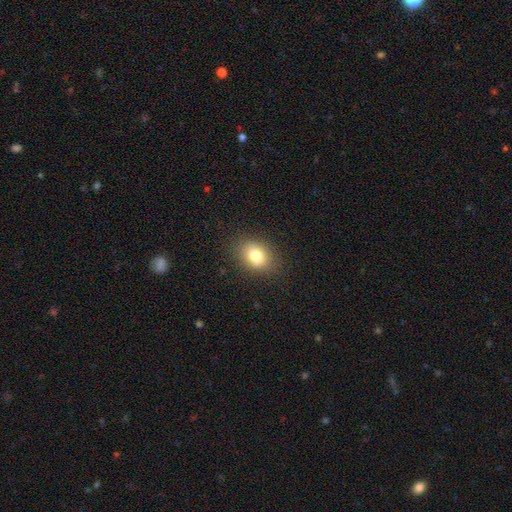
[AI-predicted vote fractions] A smooth galaxy with no disk features (79%) that is in between round and cigar-shaped (61%). Merging: none (85%).